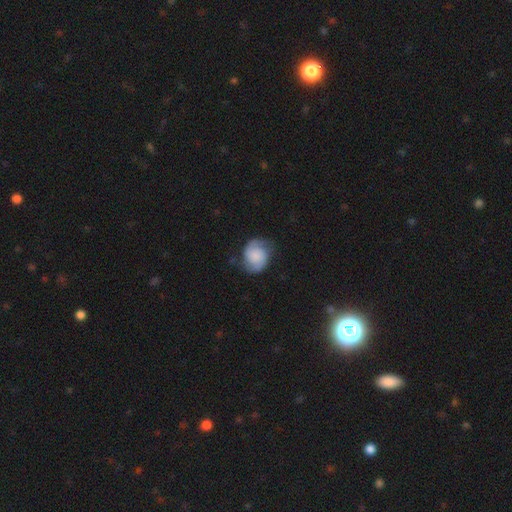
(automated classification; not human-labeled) Q: Smooth or featured?
A: featured or disk (62%); runner-up: smooth (31%)
Q: Edge-on disk?
A: no (98%); runner-up: yes (2%)
Q: Bar?
A: no (72%); runner-up: weak (24%)
Q: Spiral arms?
A: yes (93%); runner-up: no (7%)
Q: Spiral winding?
A: medium (45%); runner-up: tight (32%)
Q: Spiral arm count?
A: 2 (89%); runner-up: can't tell (5%)
Q: Bulge size?
A: none (33%); runner-up: small (32%)
Q: Merging?
A: none (67%); runner-up: minor disturbance (23%)